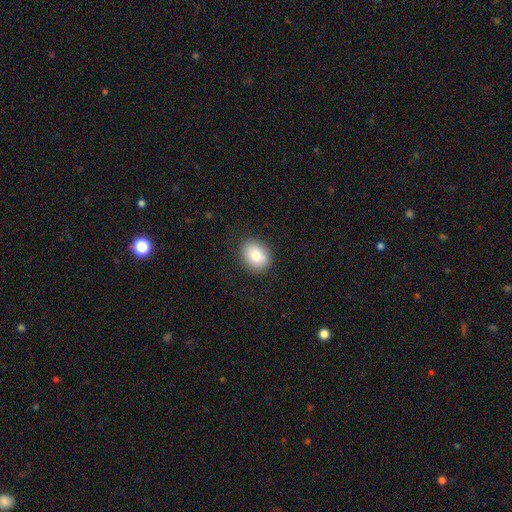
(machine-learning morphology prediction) Q: Smooth or featured?
A: smooth (81%); runner-up: featured or disk (11%)
Q: How rounded?
A: in between (50%); tied with: round (50%)
Q: Merging?
A: none (85%); runner-up: minor disturbance (11%)